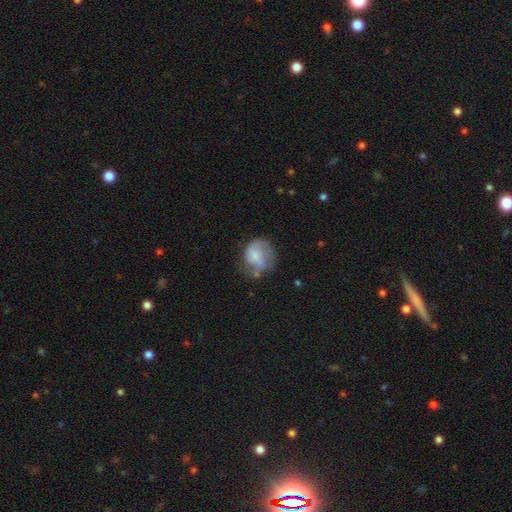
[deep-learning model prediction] A smooth galaxy with no disk features (55%) that is round (67%). Merging: none (42%).